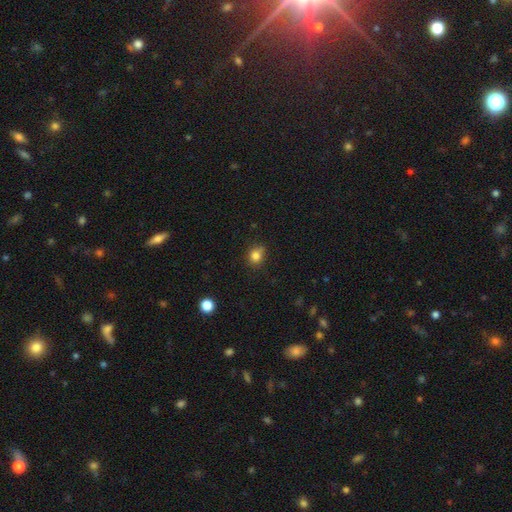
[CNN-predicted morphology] smooth_or_featured: smooth (p=0.82) [alt: star or artifact p=0.12]
how_rounded: round (p=0.71) [alt: in between p=0.28]
merging: none (p=0.76) [alt: minor disturbance p=0.18]